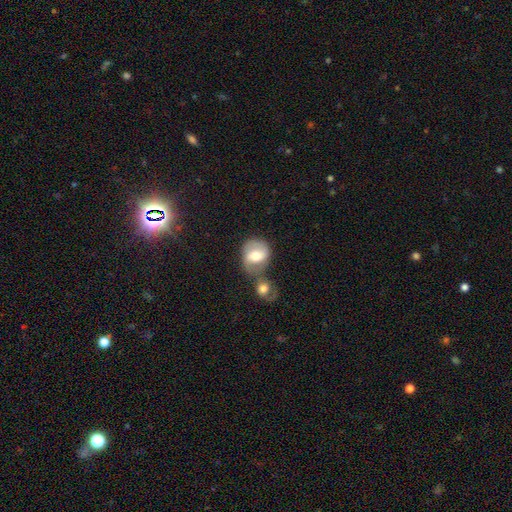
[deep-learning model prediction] Smooth or featured? Predicted: smooth (p=0.50). How rounded? Predicted: round (p=0.69). Merging? Predicted: merger (p=0.43).